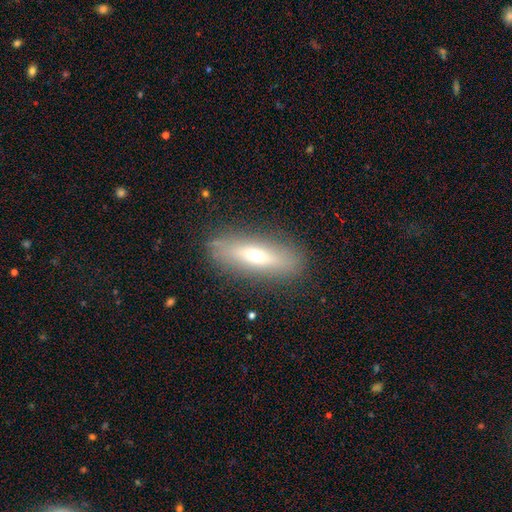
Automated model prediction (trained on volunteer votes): smooth 52%, featured or disk 40%, star or artifact 8%. Down the decision tree: how rounded — cigar-shaped (57%); merging — none (85%).